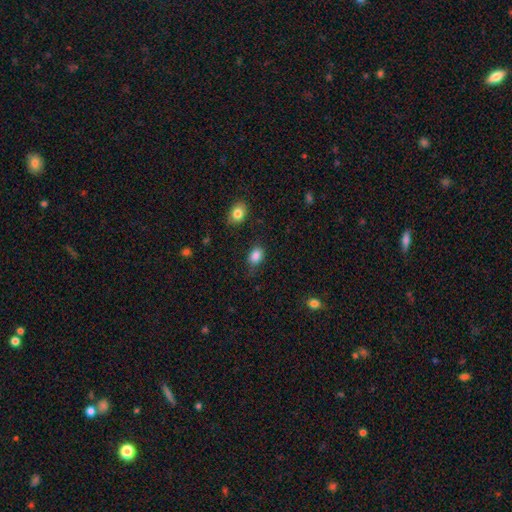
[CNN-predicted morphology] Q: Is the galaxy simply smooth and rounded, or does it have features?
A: smooth — 86%.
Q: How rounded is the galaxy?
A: in between — 67%.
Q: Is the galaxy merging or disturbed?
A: none — 69%.